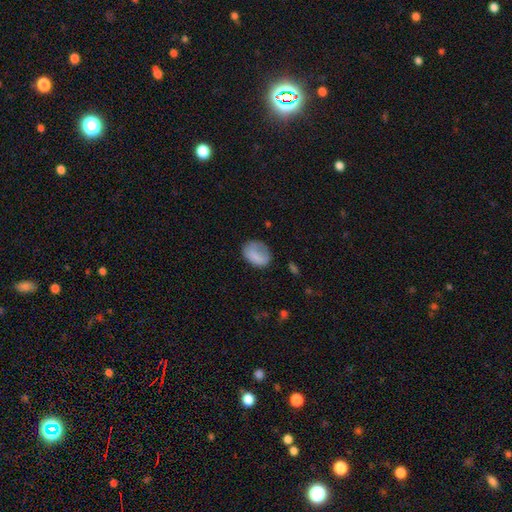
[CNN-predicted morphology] A smooth galaxy with no disk features (80%) that is in between round and cigar-shaped (69%).

Vote fractions:
- Smooth or featured? smooth: 80% / featured or disk: 12% / star or artifact: 8%
- How rounded? in between: 69% / round: 29% / cigar-shaped: 1%
- Merging? none: 55% / minor disturbance: 27% / major disturbance: 16% / merger: 2%